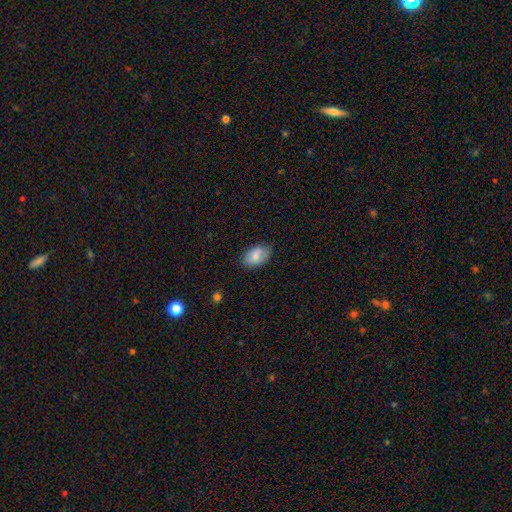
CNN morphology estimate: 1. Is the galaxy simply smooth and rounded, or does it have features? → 72% smooth, 20% featured or disk, 7% star or artifact.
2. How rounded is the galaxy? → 91% in between, 8% round, 1% cigar-shaped.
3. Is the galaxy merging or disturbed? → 78% none, 17% minor disturbance, 3% major disturbance, 1% merger.